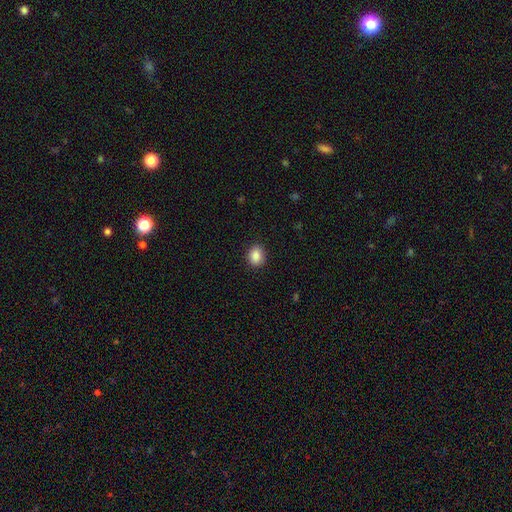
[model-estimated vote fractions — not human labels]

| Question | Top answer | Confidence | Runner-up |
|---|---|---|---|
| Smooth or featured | smooth | 88% | star or artifact (9%) |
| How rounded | in between | 52% | round (47%) |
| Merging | none | 89% | minor disturbance (7%) |